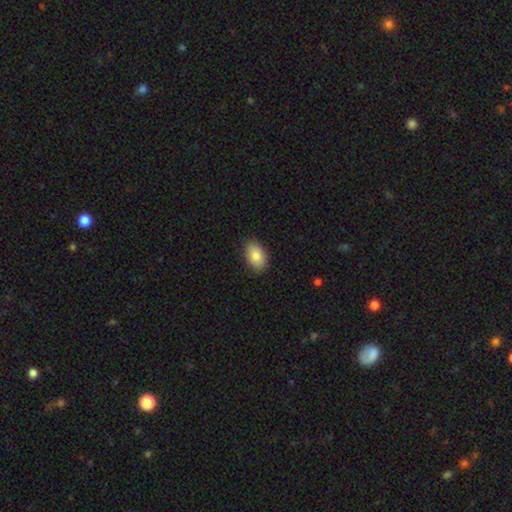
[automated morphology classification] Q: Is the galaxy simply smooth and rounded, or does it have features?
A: smooth — 85%.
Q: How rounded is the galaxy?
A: in between — 90%.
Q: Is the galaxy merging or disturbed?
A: none — 87%.